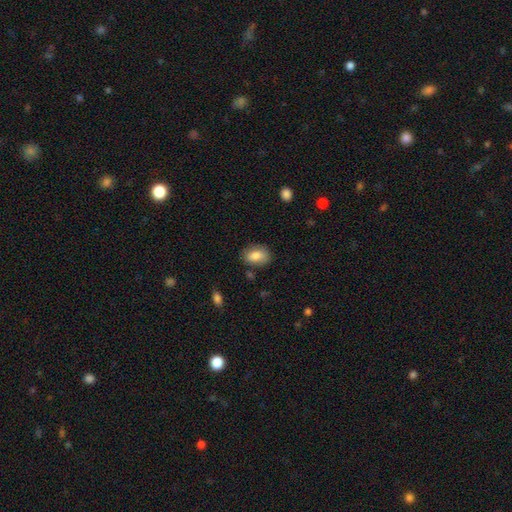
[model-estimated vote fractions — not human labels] Smooth or featured? Predicted: smooth (p=0.84). How rounded? Predicted: in between (p=0.85). Merging? Predicted: none (p=0.77).